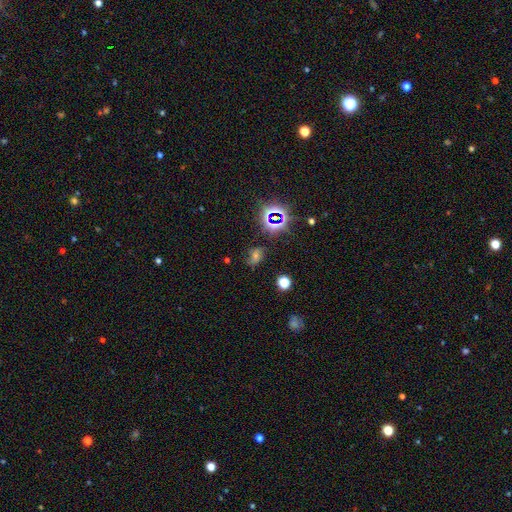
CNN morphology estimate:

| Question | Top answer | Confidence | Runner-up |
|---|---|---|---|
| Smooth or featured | star or artifact | 50% | smooth (30%) |